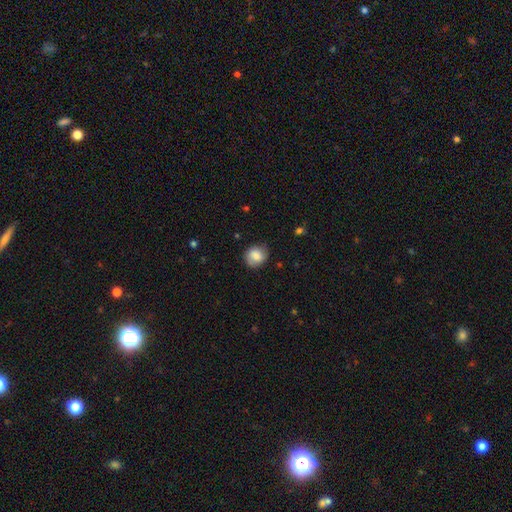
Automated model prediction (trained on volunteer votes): Morphology: type=smooth (79%); roundness=round (75%); merging=none (78%).